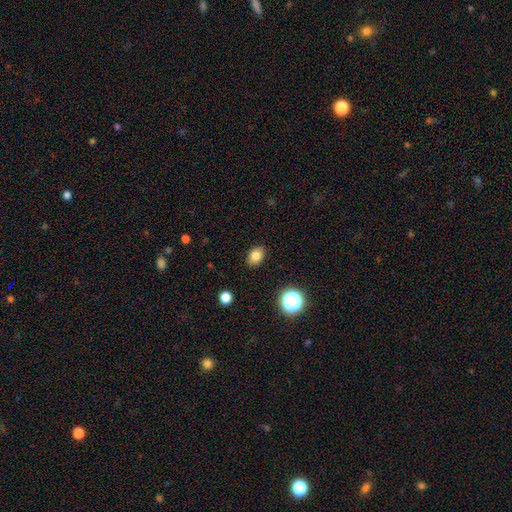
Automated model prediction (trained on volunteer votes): The model was most divided on "how rounded": in between: 73%, round: 26%, cigar-shaped: 1%. More confident: merging — none (87%); smooth or featured — smooth (82%).